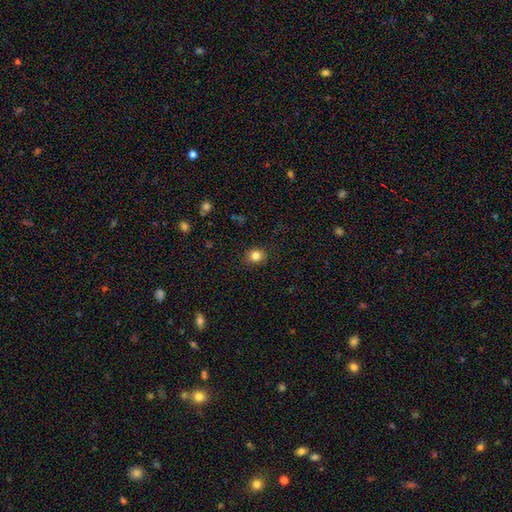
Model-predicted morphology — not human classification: This is clearly a smooth galaxy (83%). How rounded: likely round (75%). Merging: clearly none (88%).